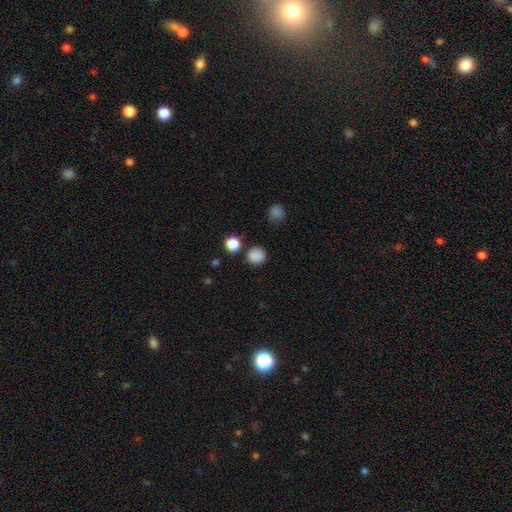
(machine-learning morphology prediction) The model was most divided on "smooth or featured": smooth: 84%, star or artifact: 12%, featured or disk: 3%. More confident: how rounded — round (91%); merging — none (85%).